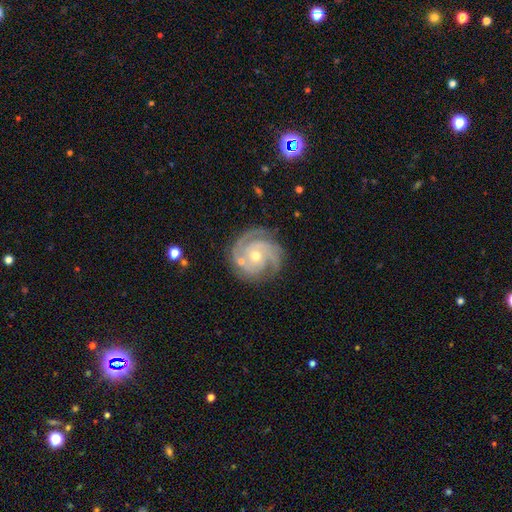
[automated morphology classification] type=featured or disk (90%); edge-on=no (98%); bar=no (73%); spiral arms=yes (98%); winding=tight (69%); arm count=3 (48%); bulge=moderate (52%); merging=none (77%).